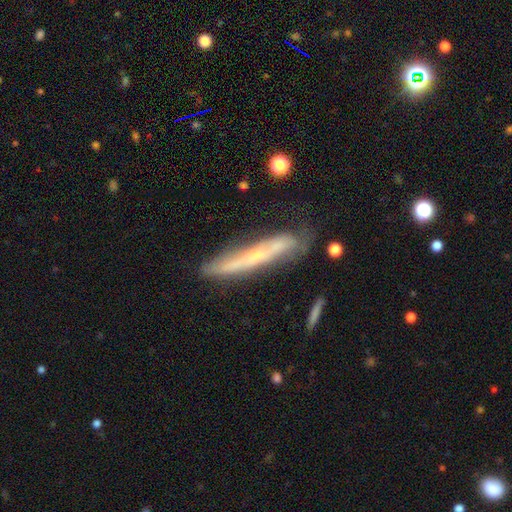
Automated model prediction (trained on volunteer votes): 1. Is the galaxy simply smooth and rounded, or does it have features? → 64% featured or disk, 29% smooth, 7% star or artifact.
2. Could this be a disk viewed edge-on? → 76% yes, 24% no.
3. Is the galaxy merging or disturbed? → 67% none, 23% minor disturbance, 6% major disturbance, 4% merger.